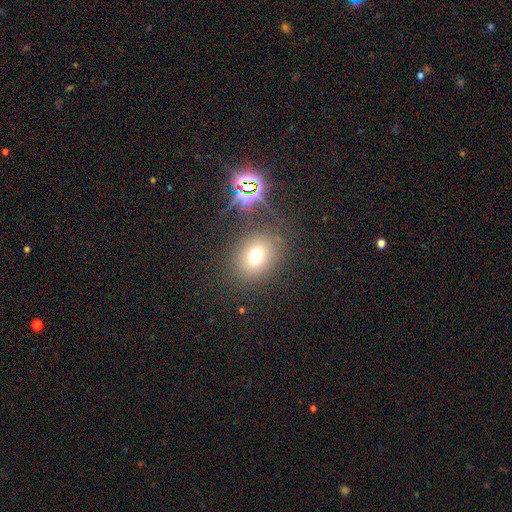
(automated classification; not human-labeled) Smooth or featured?
  - smooth: 68% *
  - star or artifact: 21%
  - featured or disk: 11%
How rounded?
  - round: 65% *
  - in between: 34%
  - cigar-shaped: 1%
Merging?
  - none: 81% *
  - minor disturbance: 10%
  - major disturbance: 6%
  - merger: 3%